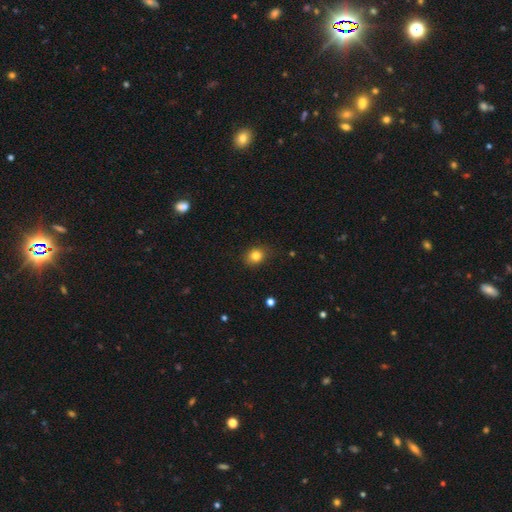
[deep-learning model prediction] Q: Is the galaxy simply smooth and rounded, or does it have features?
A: smooth — 82%.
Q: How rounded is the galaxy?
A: round — 62%.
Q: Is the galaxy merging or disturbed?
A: none — 82%.